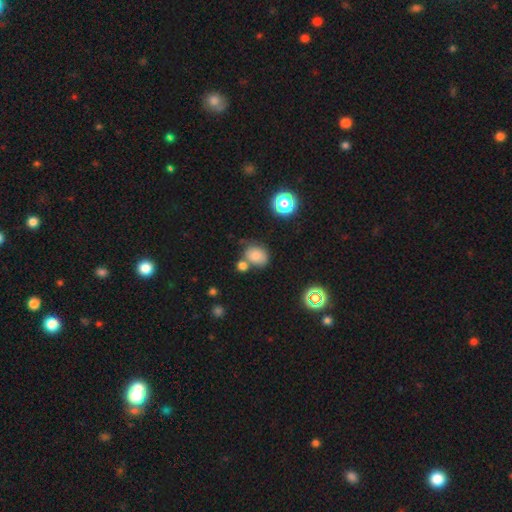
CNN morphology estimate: A smooth galaxy with no disk features (78%) that is in between round and cigar-shaped (53%). Merging: none (55%).